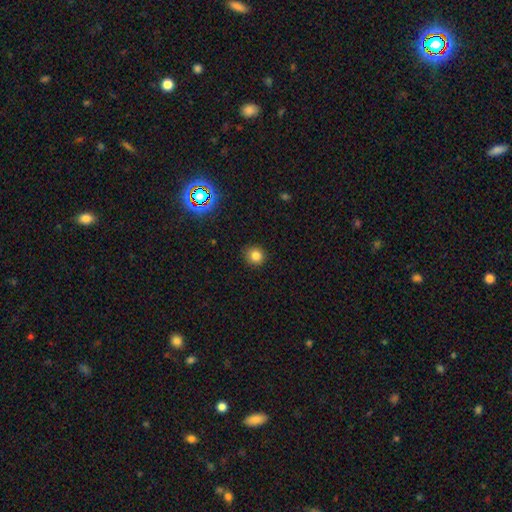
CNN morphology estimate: Smooth or featured: smooth — 81% (star or artifact — 14%)
How rounded: round — 90% (in between — 9%)
Merging: none — 89% (minor disturbance — 8%)